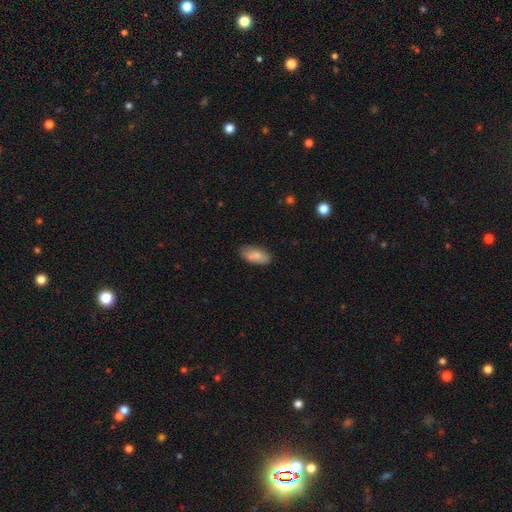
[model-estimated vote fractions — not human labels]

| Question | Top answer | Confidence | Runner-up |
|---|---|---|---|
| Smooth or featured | smooth | 79% | featured or disk (14%) |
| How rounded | in between | 89% | cigar-shaped (9%) |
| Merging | none | 71% | minor disturbance (19%) |